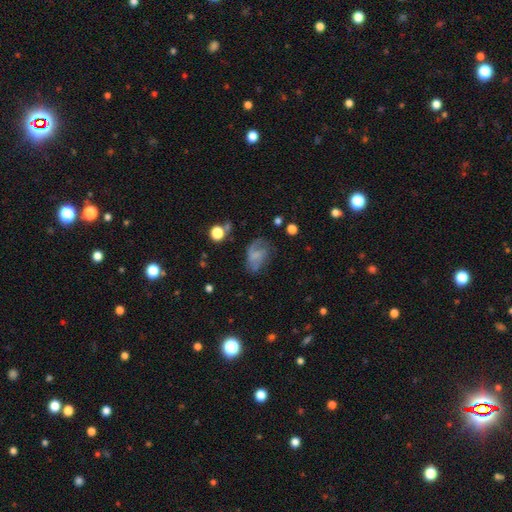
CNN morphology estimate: Smooth or featured? featured or disk (49%)
Merging? none (47%)